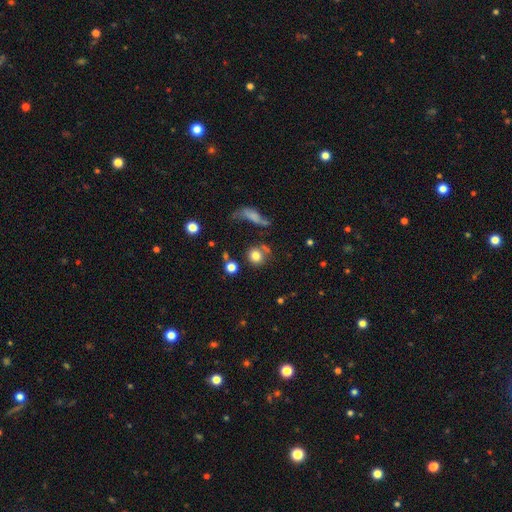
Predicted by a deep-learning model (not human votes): Smooth or featured? smooth (79%)
How rounded? round (82%)
Merging? none (62%)